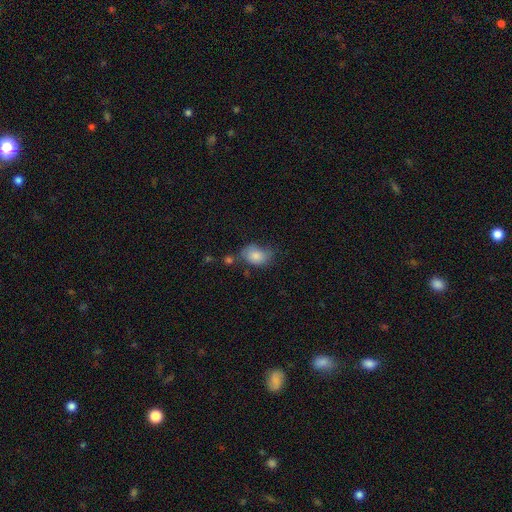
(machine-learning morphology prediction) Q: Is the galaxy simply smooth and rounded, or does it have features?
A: smooth — 81%.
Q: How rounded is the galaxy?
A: in between — 78%.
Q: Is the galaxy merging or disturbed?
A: none — 51%.